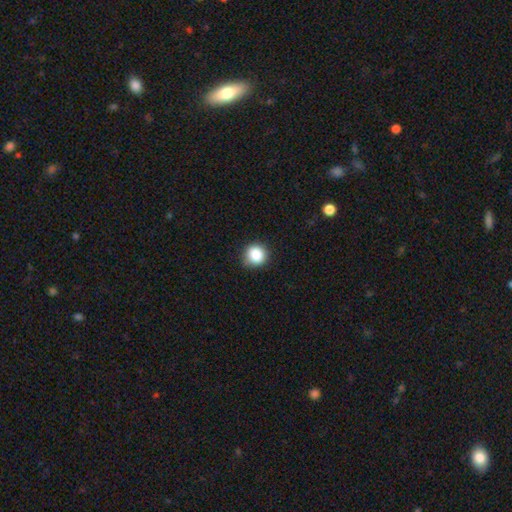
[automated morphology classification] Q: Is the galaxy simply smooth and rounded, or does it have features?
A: smooth — 87%.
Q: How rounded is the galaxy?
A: round — 92%.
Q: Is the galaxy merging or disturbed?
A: none — 85%.